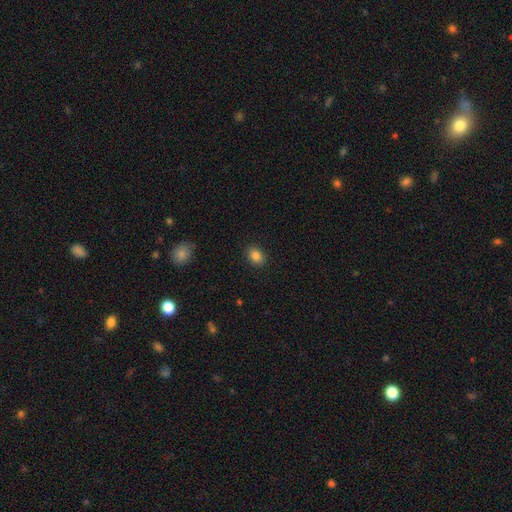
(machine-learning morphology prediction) type=smooth (85%); roundness=in between (70%); merging=none (89%).